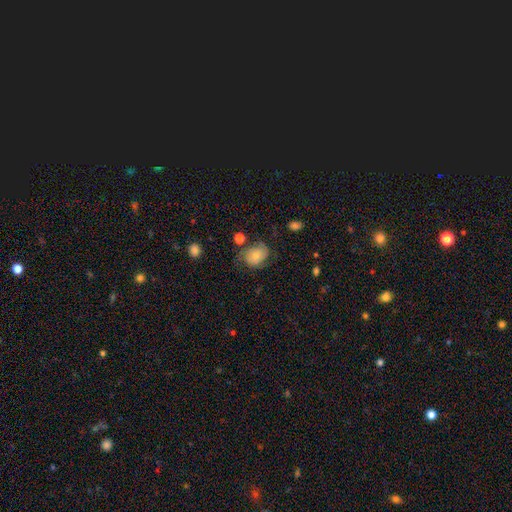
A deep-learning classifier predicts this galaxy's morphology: This is possibly a smooth galaxy (56%). How rounded: possibly in between (52%). Merging: possibly none (51%).